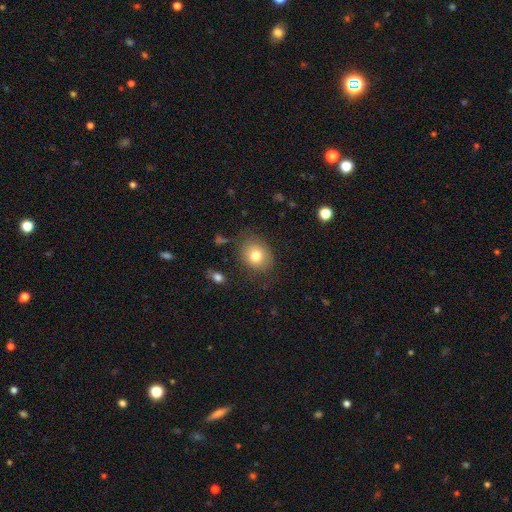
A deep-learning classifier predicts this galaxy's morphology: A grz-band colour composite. It shows a smooth galaxy with no disk features (78%) that is round (61%). Merging: none (80%).